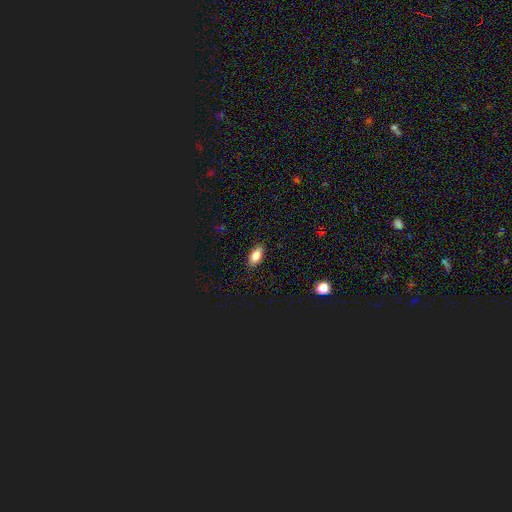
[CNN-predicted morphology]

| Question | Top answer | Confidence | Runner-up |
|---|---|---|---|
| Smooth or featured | smooth | 83% | star or artifact (8%) |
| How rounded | in between | 89% | cigar-shaped (7%) |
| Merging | none | 87% | minor disturbance (9%) |